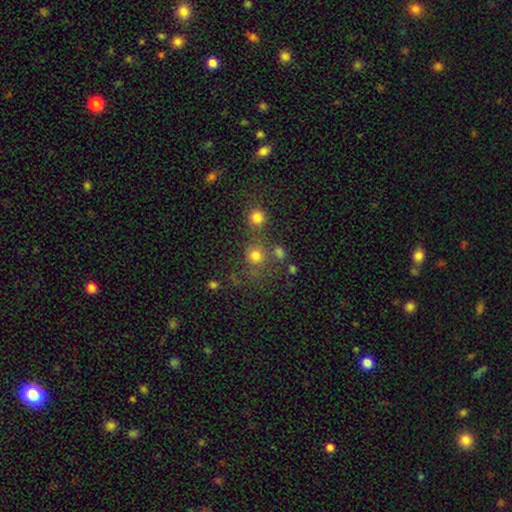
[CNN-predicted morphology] A smooth galaxy with no disk features (75%) that is round (86%). Merging: none (57%).